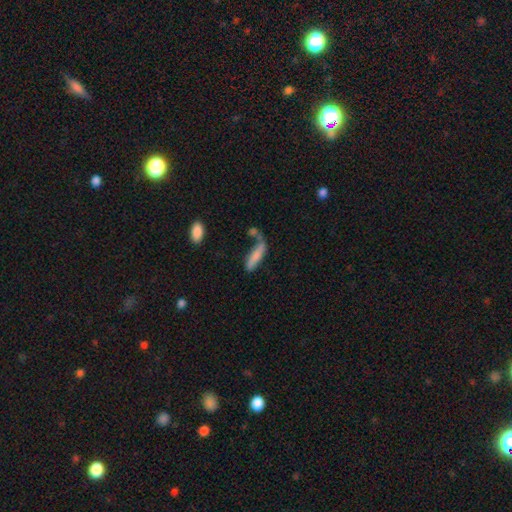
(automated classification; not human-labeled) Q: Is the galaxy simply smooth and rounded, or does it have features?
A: smooth — 72%.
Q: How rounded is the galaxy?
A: cigar-shaped — 63%.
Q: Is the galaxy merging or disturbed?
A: none — 43%.